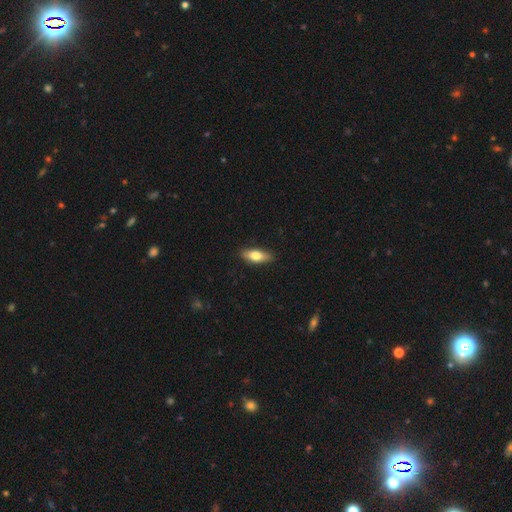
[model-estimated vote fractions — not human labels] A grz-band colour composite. It shows a smooth galaxy with no disk features (71%) that is in between round and cigar-shaped (70%). Merging: none (88%).